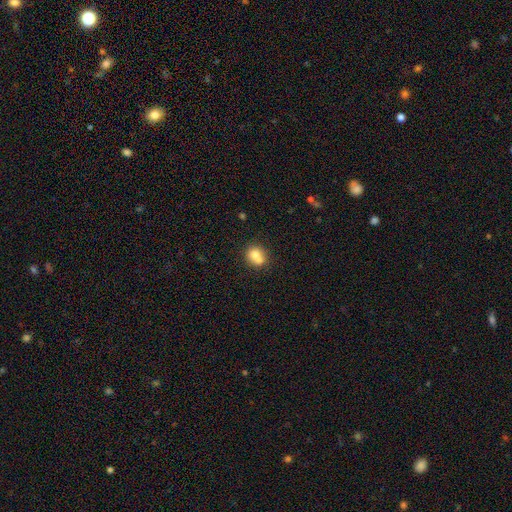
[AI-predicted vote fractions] A smooth galaxy with no disk features (74%) that is round (70%).

Vote fractions:
- Smooth or featured? smooth: 74% / featured or disk: 16% / star or artifact: 10%
- How rounded? round: 70% / in between: 29% / cigar-shaped: 1%
- Merging? merger: 44% / none: 41% / minor disturbance: 12% / major disturbance: 4%